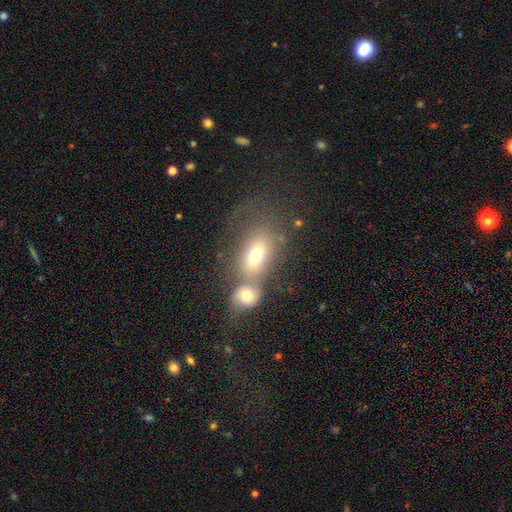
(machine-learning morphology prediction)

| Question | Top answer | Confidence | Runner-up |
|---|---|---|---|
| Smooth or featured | smooth | 64% | featured or disk (26%) |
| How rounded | in between | 78% | round (18%) |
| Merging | merger | 57% | none (24%) |